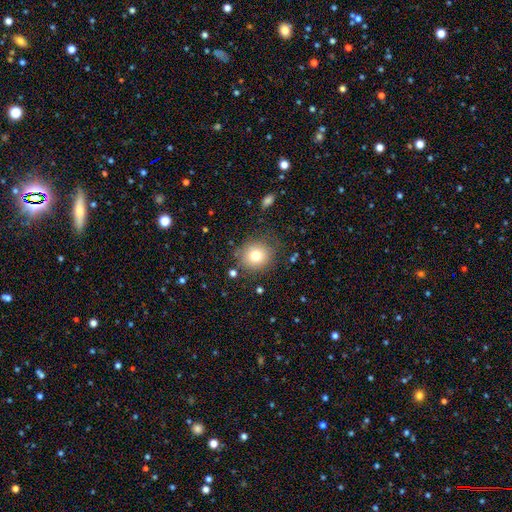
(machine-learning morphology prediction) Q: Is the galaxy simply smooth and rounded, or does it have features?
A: smooth — 77%.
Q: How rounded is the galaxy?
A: round — 82%.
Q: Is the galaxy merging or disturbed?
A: none — 79%.